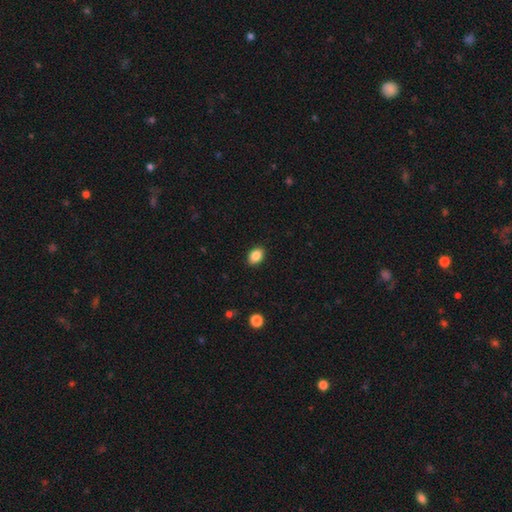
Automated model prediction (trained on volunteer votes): smooth 87%, star or artifact 8%, featured or disk 4%. Down the decision tree: how rounded — in between (82%); merging — none (90%).